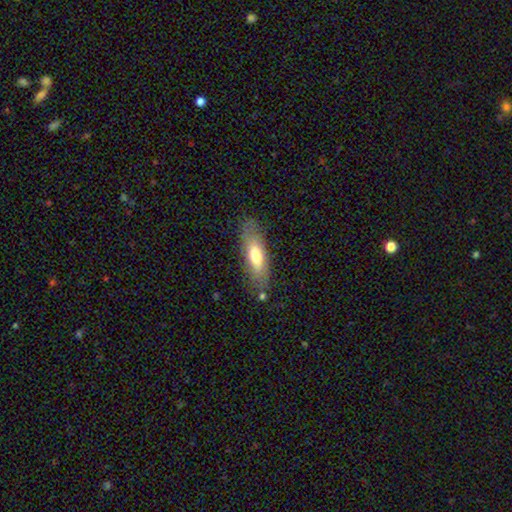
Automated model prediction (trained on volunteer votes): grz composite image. It shows a smooth galaxy with no disk features (66%) that is in between round and cigar-shaped (61%). Merging: none (76%).